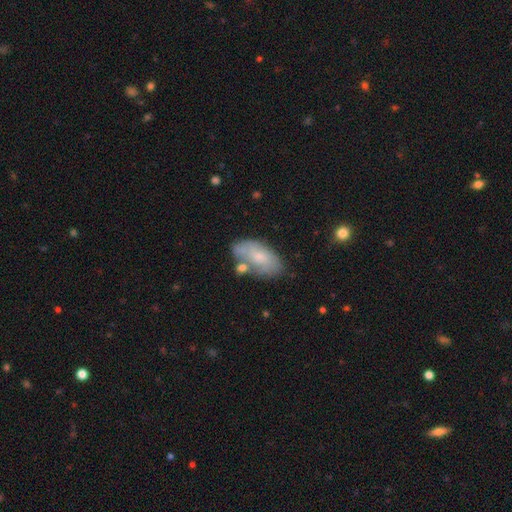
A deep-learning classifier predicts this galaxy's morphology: Q: Smooth or featured?
A: smooth (59%); runner-up: featured or disk (33%)
Q: How rounded?
A: in between (92%); runner-up: cigar-shaped (4%)
Q: Merging?
A: none (56%); runner-up: minor disturbance (24%)